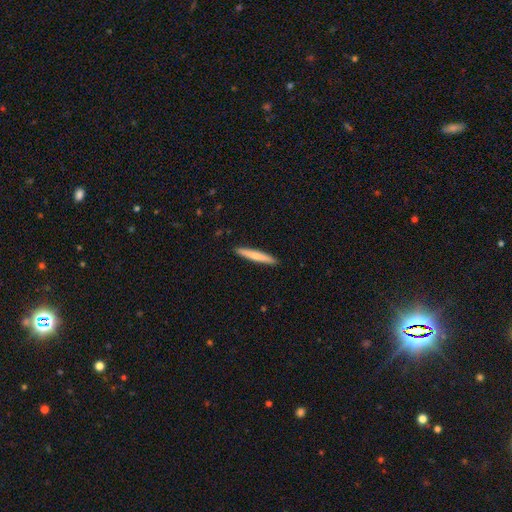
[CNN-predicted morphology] Smooth or featured? smooth (70%)
How rounded? cigar-shaped (96%)
Merging? none (92%)